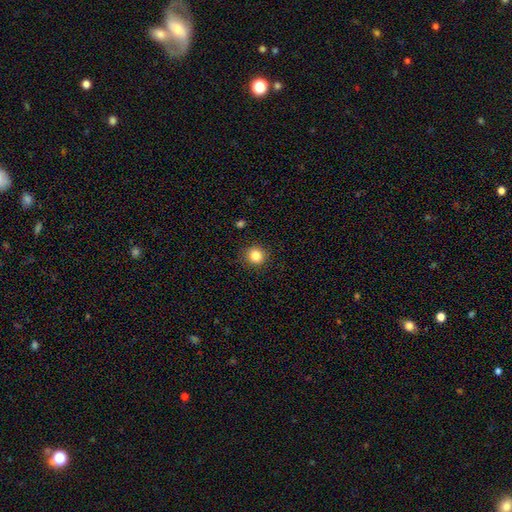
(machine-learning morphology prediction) Smooth or featured? smooth (84%)
How rounded? round (90%)
Merging? none (90%)